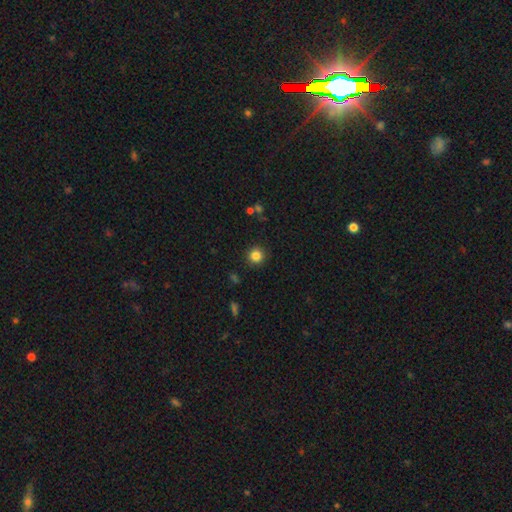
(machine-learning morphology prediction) Smooth or featured? smooth (84%)
How rounded? round (94%)
Merging? none (91%)